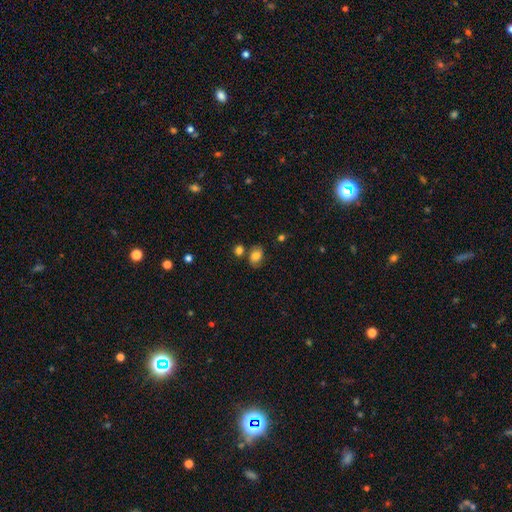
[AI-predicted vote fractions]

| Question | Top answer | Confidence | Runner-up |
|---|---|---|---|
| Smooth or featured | smooth | 77% | featured or disk (13%) |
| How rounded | in between | 75% | round (24%) |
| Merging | none | 70% | minor disturbance (15%) |